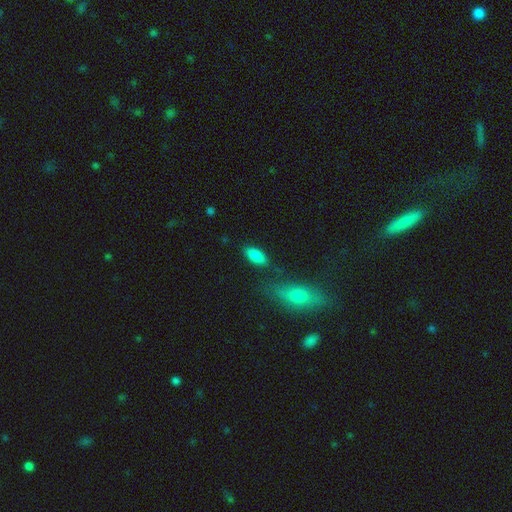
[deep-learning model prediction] This is clearly a smooth galaxy (86%). How rounded: clearly in between (87%). Merging: likely none (76%).